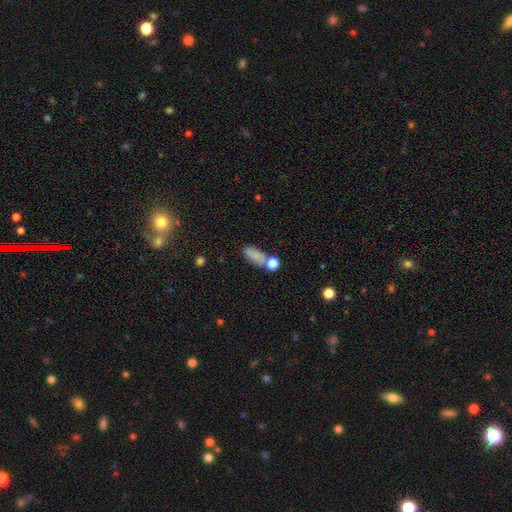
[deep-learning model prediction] Smooth or featured? Predicted: smooth (p=0.77). How rounded? Predicted: in between (p=0.79). Merging? Predicted: none (p=0.53).